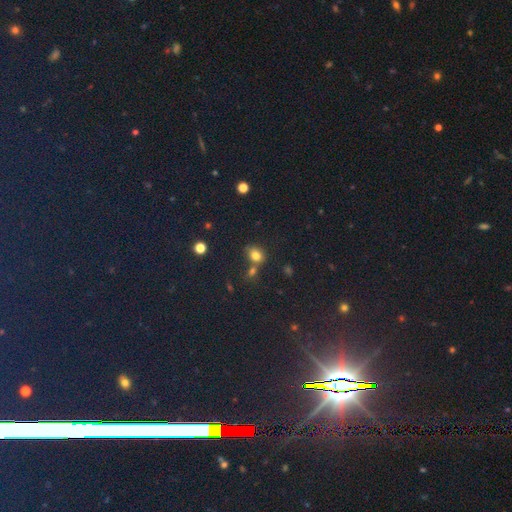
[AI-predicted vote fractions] The model was most divided on "how rounded": in between: 53%, round: 45%, cigar-shaped: 1%. More confident: smooth or featured — smooth (77%); merging — none (54%).